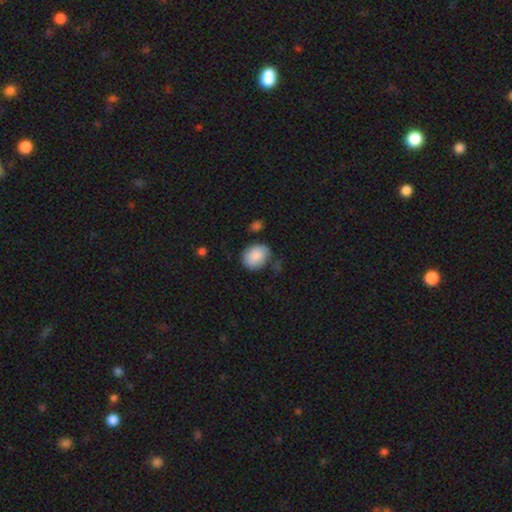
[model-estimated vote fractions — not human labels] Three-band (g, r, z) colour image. It shows a smooth galaxy with no disk features (87%) that is in between round and cigar-shaped (56%). Merging: none (69%).